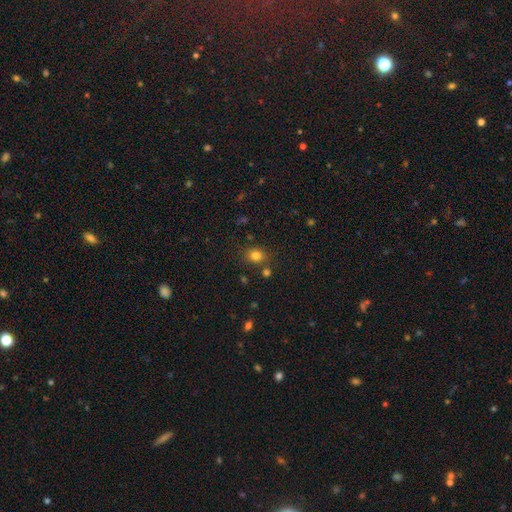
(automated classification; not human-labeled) smooth_or_featured: smooth (p=0.81) [alt: star or artifact p=0.14]
how_rounded: round (p=0.64) [alt: in between p=0.35]
merging: none (p=0.76) [alt: minor disturbance p=0.12]